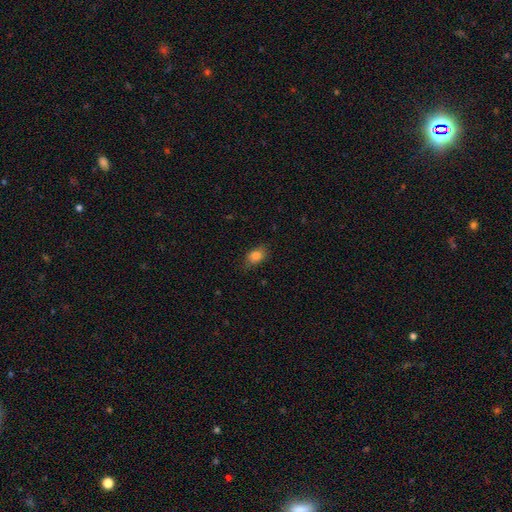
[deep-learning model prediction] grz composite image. It shows a smooth galaxy with no disk features (84%) that is in between round and cigar-shaped (75%). Merging: none (76%).